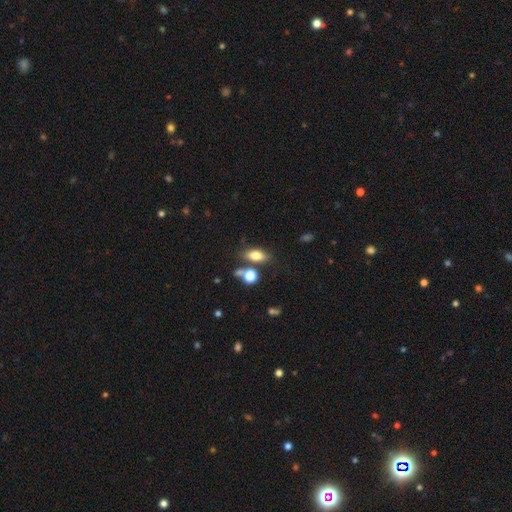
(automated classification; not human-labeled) Q: Smooth or featured?
A: smooth (76%); runner-up: featured or disk (14%)
Q: How rounded?
A: in between (79%); runner-up: round (11%)
Q: Merging?
A: none (68%); runner-up: merger (14%)